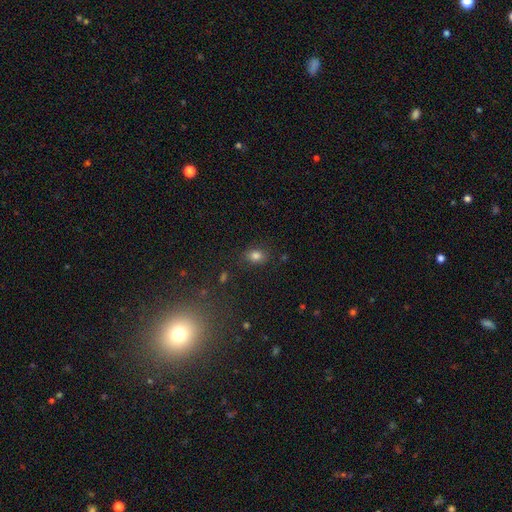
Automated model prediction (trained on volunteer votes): Overall: smooth (81%). How rounded: in between (64%; round 34%). Merging: none (81%).